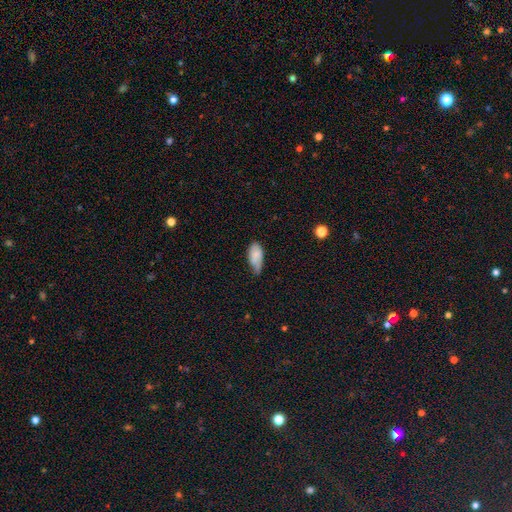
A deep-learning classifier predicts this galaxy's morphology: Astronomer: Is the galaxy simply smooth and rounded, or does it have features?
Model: smooth — 70%.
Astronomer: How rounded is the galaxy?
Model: in between — 90%.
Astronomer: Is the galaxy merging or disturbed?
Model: minor disturbance — 45% (runner-up: none, 40%).